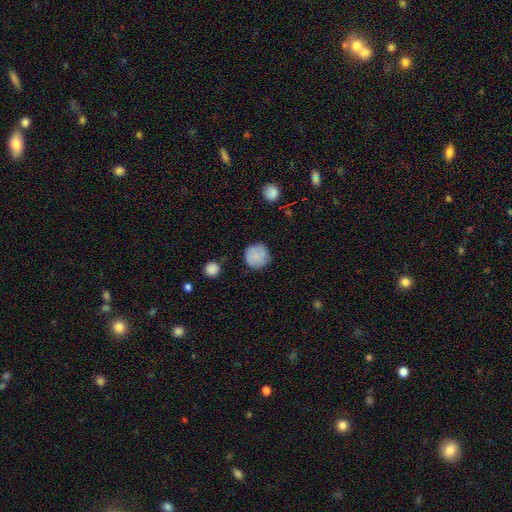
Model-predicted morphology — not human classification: type=smooth (79%); roundness=round (92%); merging=none (77%).